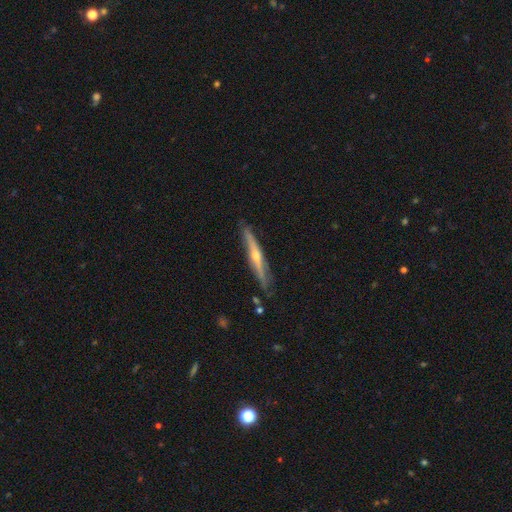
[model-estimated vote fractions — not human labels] Smooth or featured: featured or disk — 73% (smooth — 21%)
Edge-on disk: yes — 96% (no — 4%)
Edge-on bulge: rounded — 85% (none — 12%)
Merging: none — 86% (minor disturbance — 10%)